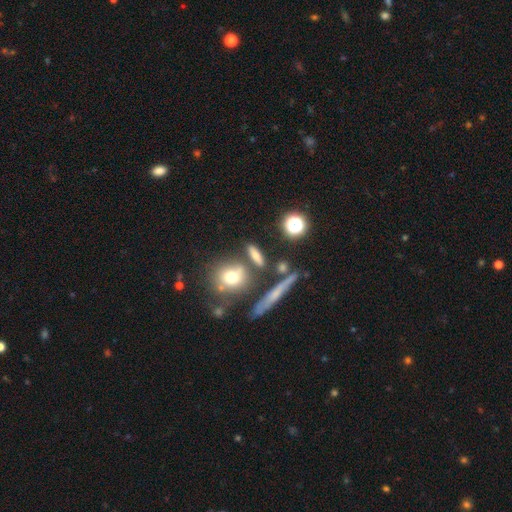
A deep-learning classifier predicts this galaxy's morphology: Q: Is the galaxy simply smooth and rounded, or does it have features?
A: smooth — 69%.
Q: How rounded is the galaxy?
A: cigar-shaped — 47%.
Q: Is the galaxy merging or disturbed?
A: none — 72%.